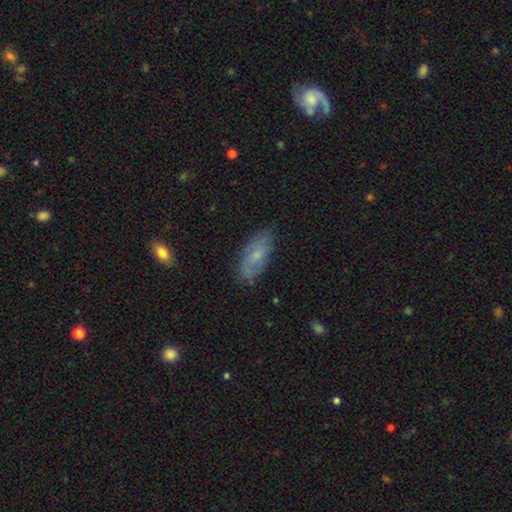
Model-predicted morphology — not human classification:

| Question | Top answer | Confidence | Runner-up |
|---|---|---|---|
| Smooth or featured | smooth | 61% | featured or disk (32%) |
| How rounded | in between | 82% | cigar-shaped (16%) |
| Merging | none | 75% | minor disturbance (20%) |